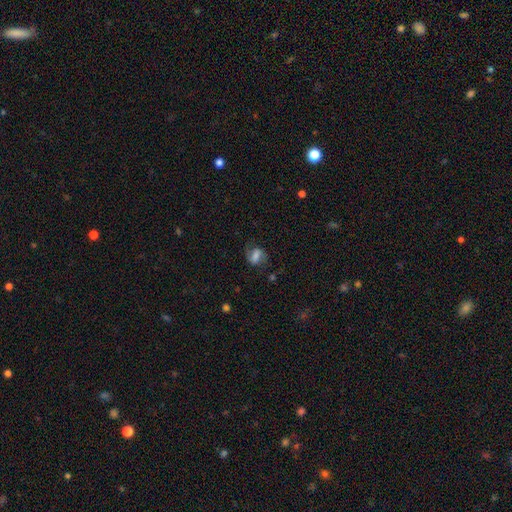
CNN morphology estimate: type=featured or disk (50%); merging=none (64%).